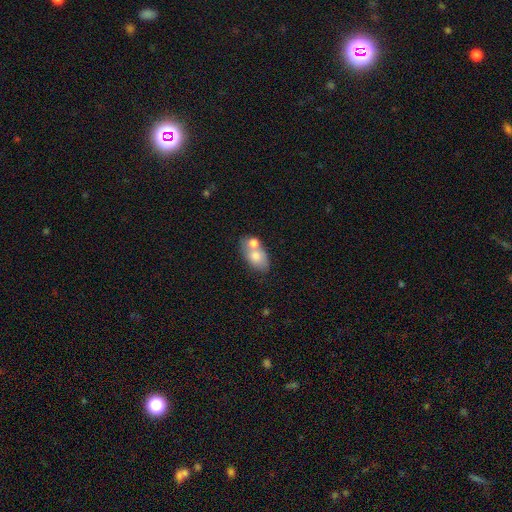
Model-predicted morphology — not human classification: Overall: smooth (71%). How rounded: in between (86%). Merging: merger (44%; none 38%).